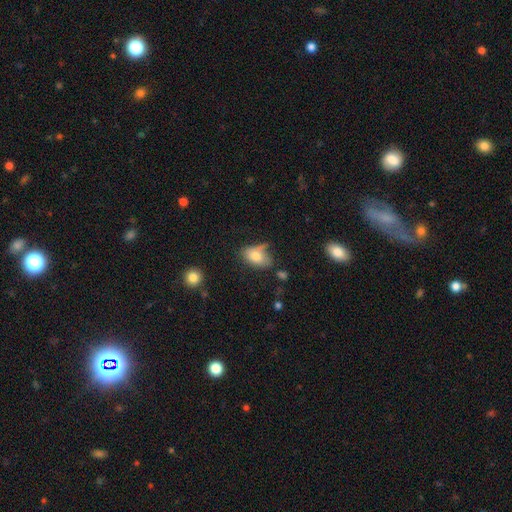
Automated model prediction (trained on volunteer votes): Smooth or featured: smooth — 76% (featured or disk — 15%)
How rounded: in between — 88% (round — 10%)
Merging: none — 48% (minor disturbance — 29%)